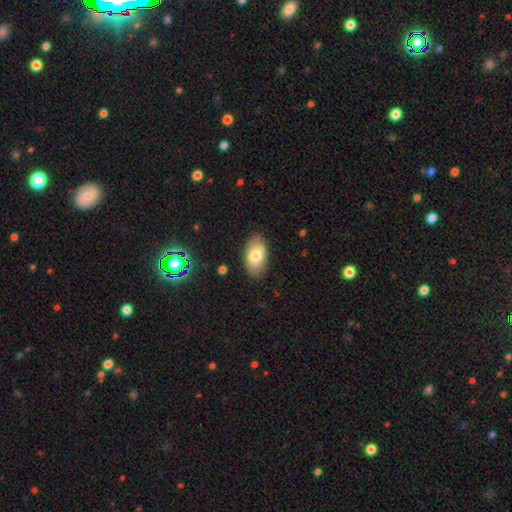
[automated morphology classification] This is likely a smooth galaxy (74%). How rounded: clearly in between (93%). Merging: clearly none (81%).